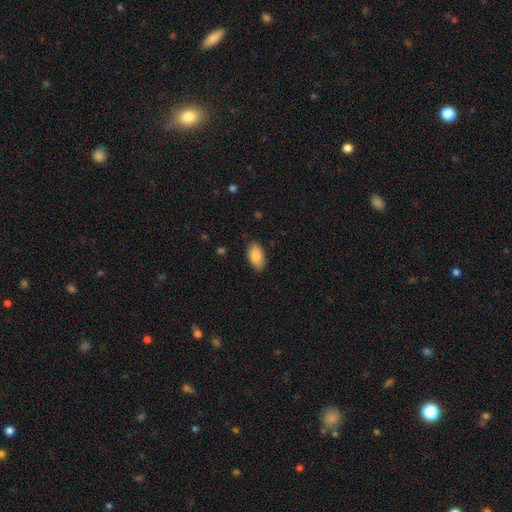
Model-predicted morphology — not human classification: smooth-or-featured: smooth: 87% | star or artifact: 7% | featured or disk: 6%
  how-rounded: in between: 95% | round: 3% | cigar-shaped: 2%
  merging: none: 85% | minor disturbance: 11% | major disturbance: 2% | merger: 1%